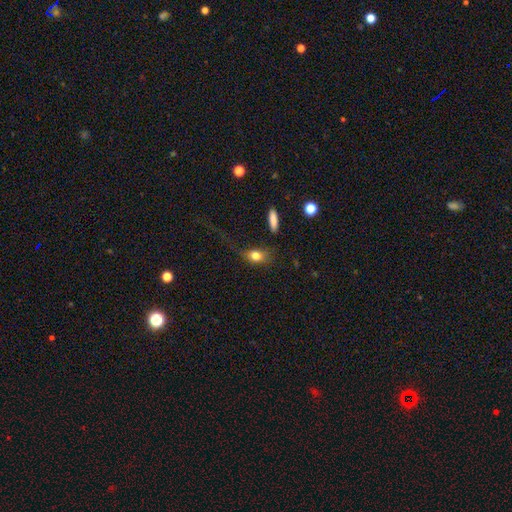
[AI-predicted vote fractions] Morphology: type=smooth (80%); roundness=in between (70%); merging=none (47%).